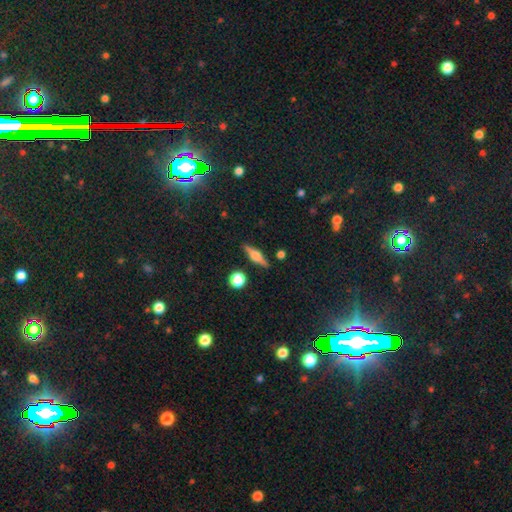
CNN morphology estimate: Smooth or featured?
  - featured or disk: 62% *
  - smooth: 30%
  - star or artifact: 8%
Edge-on disk?
  - yes: 96% *
  - no: 4%
Edge-on bulge?
  - rounded: 89% *
  - boxy: 9%
  - none: 3%
Merging?
  - none: 88% *
  - minor disturbance: 8%
  - merger: 2%
  - major disturbance: 2%